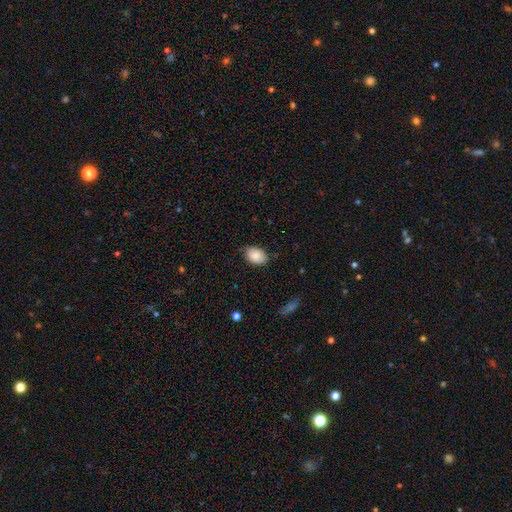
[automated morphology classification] Smooth or featured?
  - smooth: 87% *
  - star or artifact: 7%
  - featured or disk: 6%
How rounded?
  - in between: 83% *
  - round: 16%
  - cigar-shaped: 1%
Merging?
  - none: 81% *
  - minor disturbance: 15%
  - major disturbance: 3%
  - merger: 1%